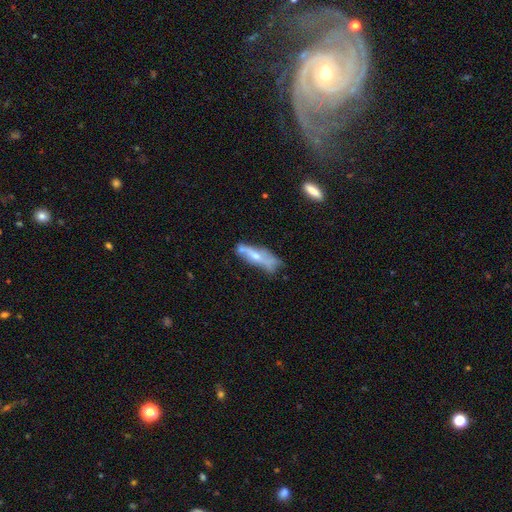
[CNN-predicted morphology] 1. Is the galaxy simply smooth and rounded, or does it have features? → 52% featured or disk, 40% smooth, 8% star or artifact.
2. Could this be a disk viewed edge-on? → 55% no, 45% yes.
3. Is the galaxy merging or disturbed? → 46% none, 30% minor disturbance, 15% major disturbance, 8% merger.